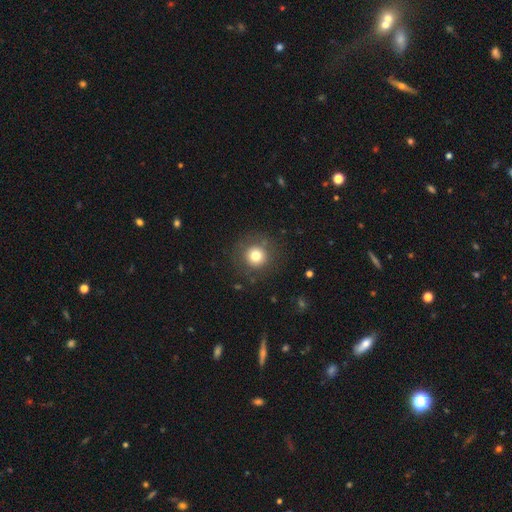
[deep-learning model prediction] The model was most divided on "smooth or featured": smooth: 77%, star or artifact: 12%, featured or disk: 11%. More confident: how rounded — round (95%); merging — none (86%).